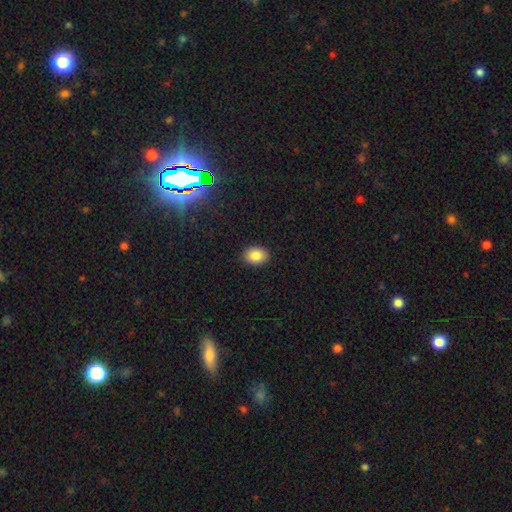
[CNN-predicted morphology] smooth-or-featured: smooth: 85% | star or artifact: 9% | featured or disk: 6%
  how-rounded: in between: 69% | round: 30% | cigar-shaped: 1%
  merging: none: 90% | minor disturbance: 7% | major disturbance: 2% | merger: 1%